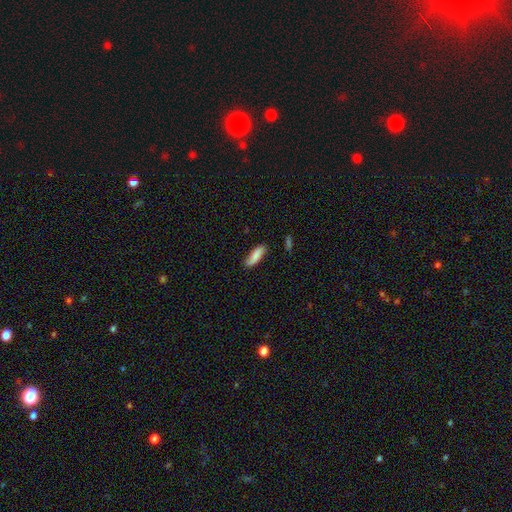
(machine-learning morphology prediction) This appears to be a smooth galaxy with no disk features (79%) that is in between round and cigar-shaped (59%). Merging: none (75%).